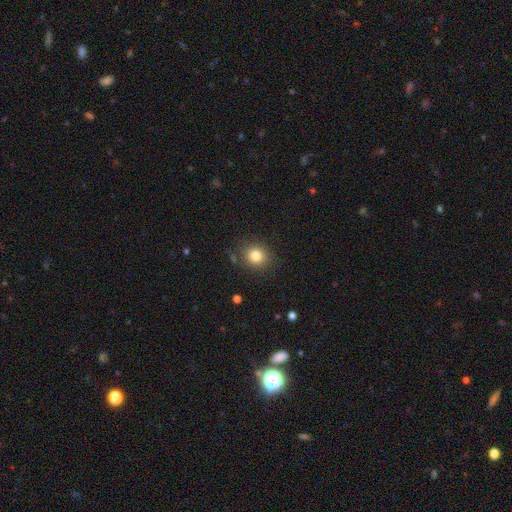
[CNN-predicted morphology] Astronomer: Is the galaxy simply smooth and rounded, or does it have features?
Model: smooth — 81%.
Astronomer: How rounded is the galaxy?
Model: round — 79%.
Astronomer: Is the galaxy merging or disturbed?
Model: none — 85%.